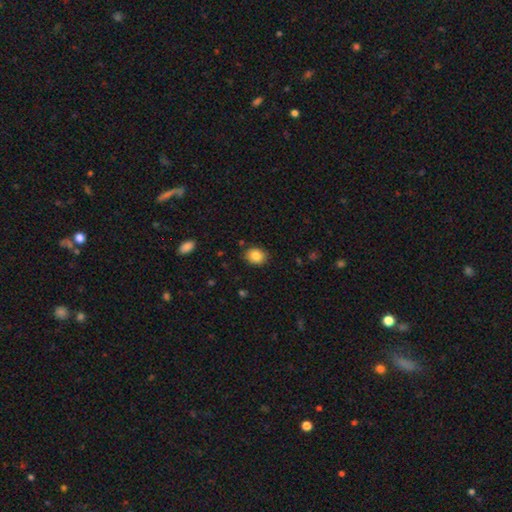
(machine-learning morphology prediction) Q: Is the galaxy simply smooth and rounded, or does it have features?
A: smooth — 84%.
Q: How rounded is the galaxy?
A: round — 54%.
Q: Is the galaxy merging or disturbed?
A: none — 85%.